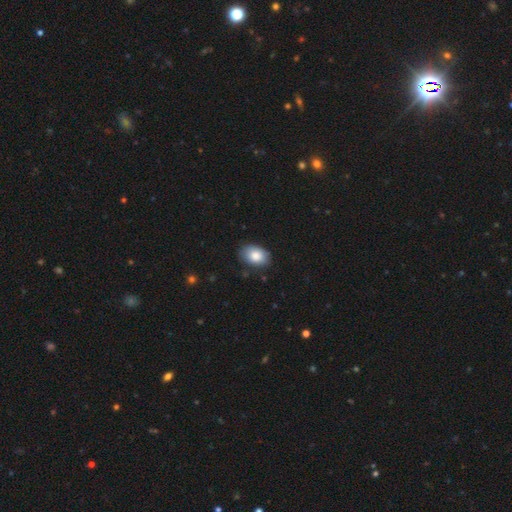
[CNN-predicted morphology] Smooth or featured? Predicted: smooth (p=0.84). How rounded? Predicted: in between (p=0.84). Merging? Predicted: none (p=0.80).